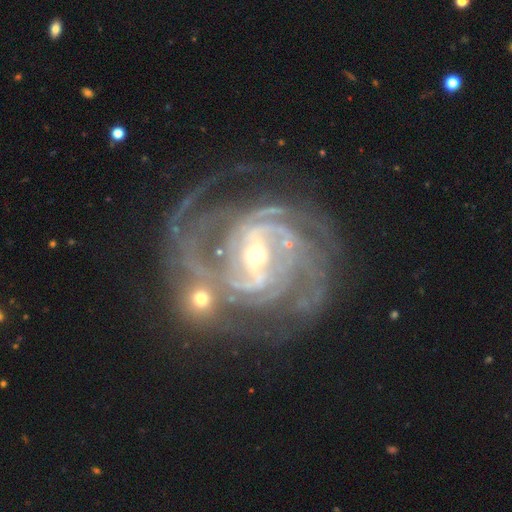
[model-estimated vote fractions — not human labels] Overall: featured or disk (92%). Edge-on disk: no (98%). Bar: strong (53%; weak 32%). Spiral arms: yes (98%). Spiral arm count: 2 (27%; 3 22%). Spiral winding: tight (47%; medium 41%). Bulge size: small (59%; moderate 36%). Merging: none (45%; major disturbance 20%).